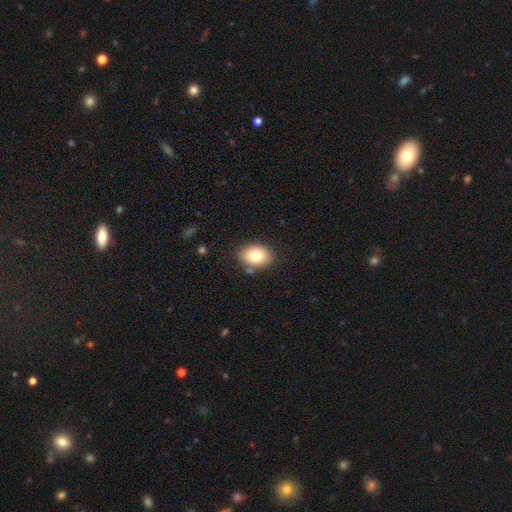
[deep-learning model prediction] Q: Smooth or featured?
A: smooth (80%); runner-up: featured or disk (11%)
Q: How rounded?
A: in between (75%); runner-up: round (24%)
Q: Merging?
A: none (82%); runner-up: minor disturbance (12%)